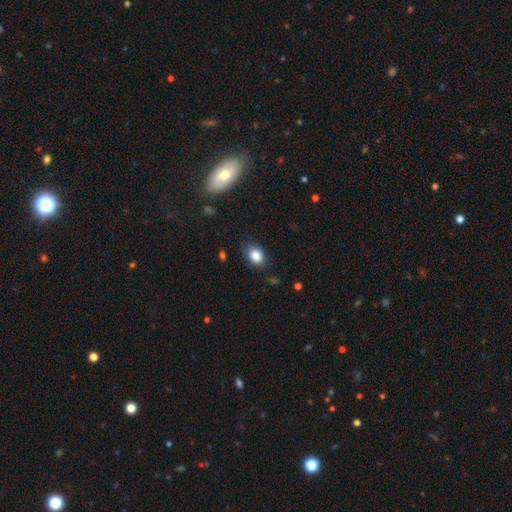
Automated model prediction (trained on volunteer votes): The model was most divided on "how rounded": in between: 69%, round: 30%, cigar-shaped: 1%. More confident: smooth or featured — smooth (84%); merging — none (77%).